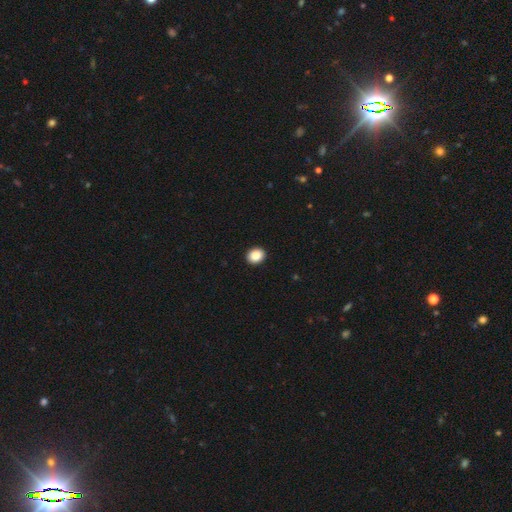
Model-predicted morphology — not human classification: Smooth or featured?
  - smooth: 87% *
  - star or artifact: 9%
  - featured or disk: 4%
How rounded?
  - round: 59% *
  - in between: 40%
  - cigar-shaped: 1%
Merging?
  - none: 93% *
  - minor disturbance: 4%
  - major disturbance: 1%
  - merger: 1%